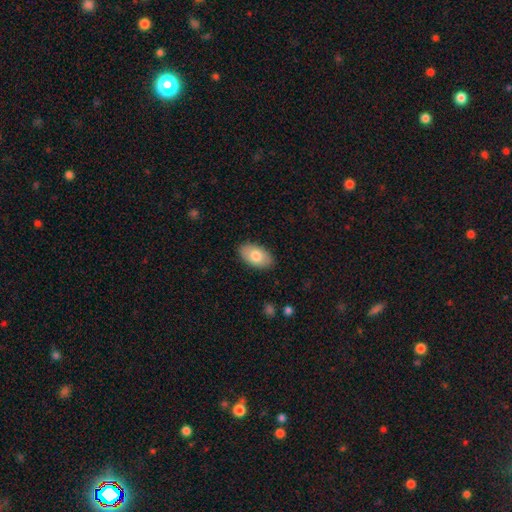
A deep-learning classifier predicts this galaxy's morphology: Smooth or featured? Predicted: smooth (p=0.77). How rounded? Predicted: in between (p=0.94). Merging? Predicted: none (p=0.88).